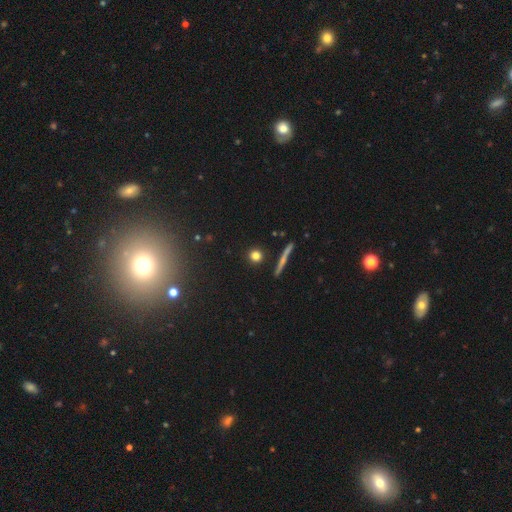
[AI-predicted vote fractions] Smooth or featured: smooth — 78% (star or artifact — 12%)
How rounded: round — 89% (in between — 6%)
Merging: none — 89% (minor disturbance — 6%)